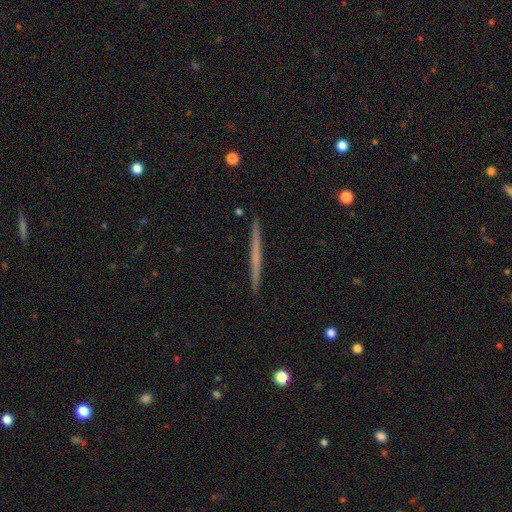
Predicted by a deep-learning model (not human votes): Smooth or featured? Predicted: featured or disk (p=0.52). Edge-on disk? Predicted: yes (p=0.98). Edge-on bulge? Predicted: none (p=0.88). Merging? Predicted: none (p=0.93).